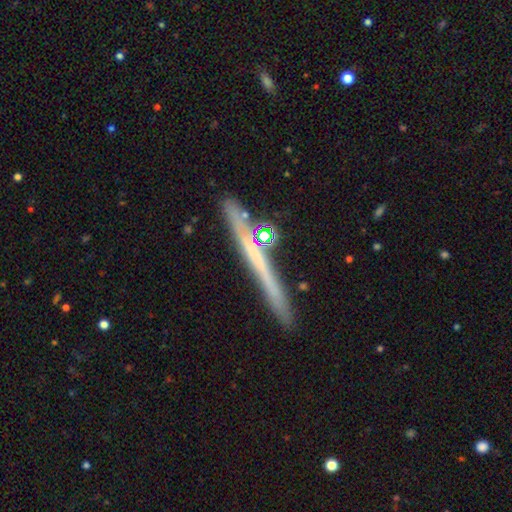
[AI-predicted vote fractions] This appears to be a featured or disk galaxy (54%) viewed edge-on (95%) with no central bulge (86%). Merging: none (82%).